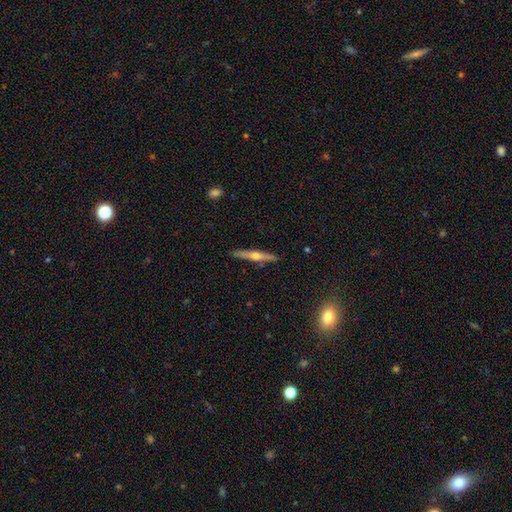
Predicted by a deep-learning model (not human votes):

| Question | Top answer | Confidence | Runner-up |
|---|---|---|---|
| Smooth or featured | featured or disk | 64% | smooth (29%) |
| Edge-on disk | yes | 97% | no (3%) |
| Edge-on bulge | rounded | 91% | none (7%) |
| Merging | none | 90% | minor disturbance (7%) |